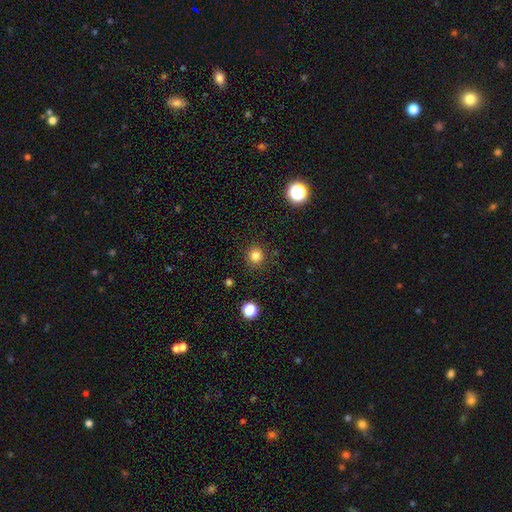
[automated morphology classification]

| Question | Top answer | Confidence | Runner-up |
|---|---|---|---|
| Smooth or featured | smooth | 82% | star or artifact (13%) |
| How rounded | round | 92% | in between (7%) |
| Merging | none | 89% | minor disturbance (7%) |